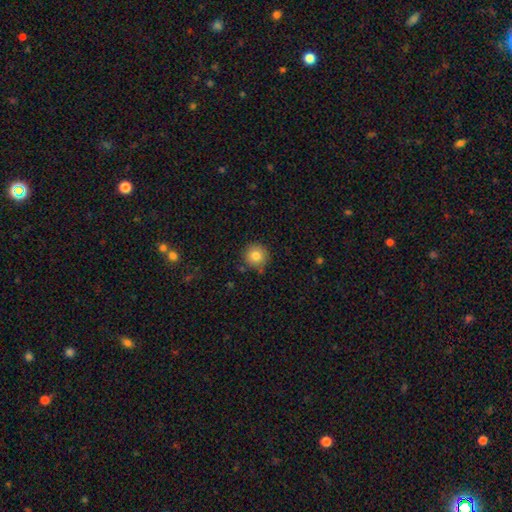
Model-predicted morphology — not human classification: type=smooth (82%); roundness=round (95%); merging=none (85%).